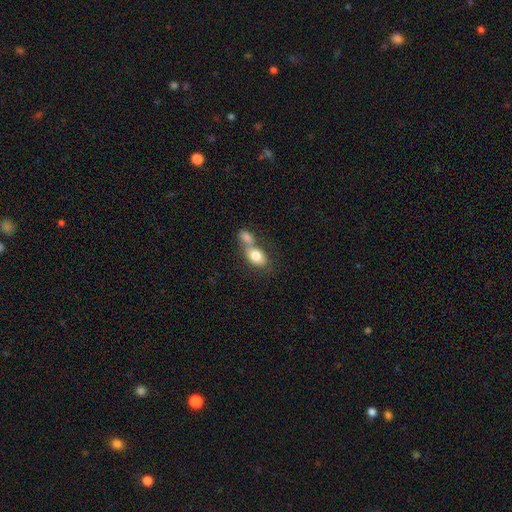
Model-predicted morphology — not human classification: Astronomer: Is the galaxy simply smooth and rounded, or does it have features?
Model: smooth — 79%.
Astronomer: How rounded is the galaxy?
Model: in between — 81%.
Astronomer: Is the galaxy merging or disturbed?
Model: merger — 61%.